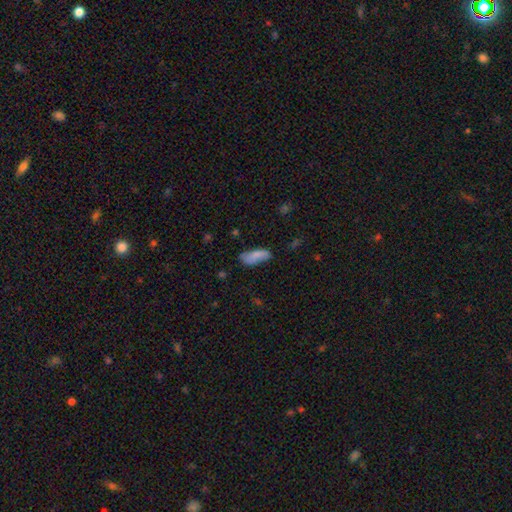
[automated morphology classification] Q: Smooth or featured?
A: smooth (78%); runner-up: featured or disk (14%)
Q: How rounded?
A: in between (76%); runner-up: cigar-shaped (22%)
Q: Merging?
A: none (52%); runner-up: minor disturbance (30%)